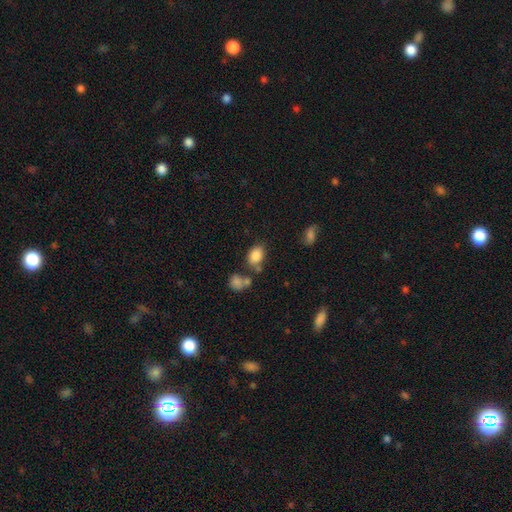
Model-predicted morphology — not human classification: A smooth galaxy with no disk features (84%) that is in between round and cigar-shaped (78%).

Vote fractions:
- Smooth or featured? smooth: 84% / star or artifact: 10% / featured or disk: 6%
- How rounded? in between: 78% / round: 21% / cigar-shaped: 1%
- Merging? none: 60% / minor disturbance: 17% / merger: 16% / major disturbance: 7%